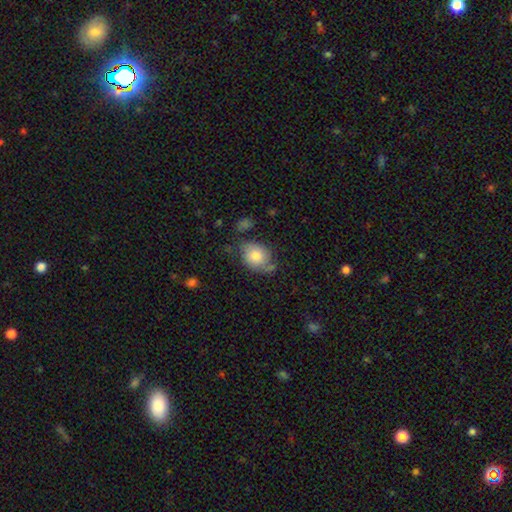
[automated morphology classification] This appears to be a smooth galaxy with no disk features (74%) that is round (52%). Merging: none (54%).